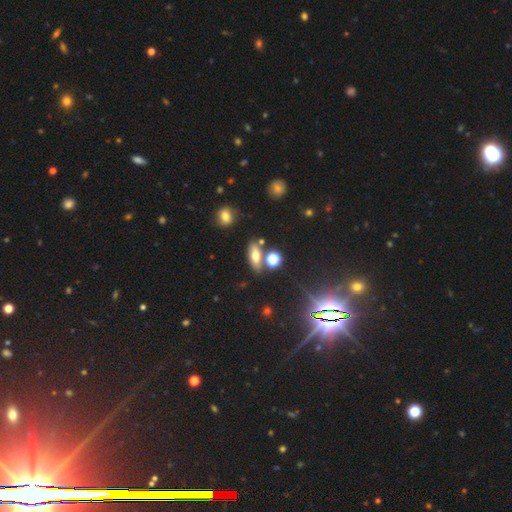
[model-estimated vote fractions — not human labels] Smooth or featured: smooth — 62% (featured or disk — 22%)
How rounded: in between — 62% (cigar-shaped — 30%)
Merging: none — 72% (merger — 13%)